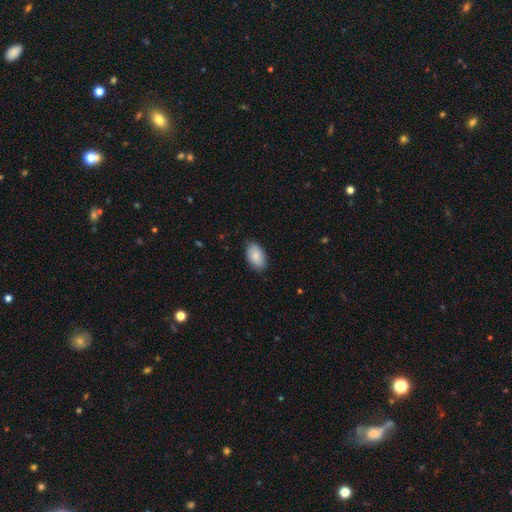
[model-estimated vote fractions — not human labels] smooth-or-featured: smooth: 85% | featured or disk: 8% | star or artifact: 6%
  how-rounded: in between: 93% | round: 5% | cigar-shaped: 1%
  merging: none: 86% | minor disturbance: 11% | major disturbance: 2% | merger: 1%